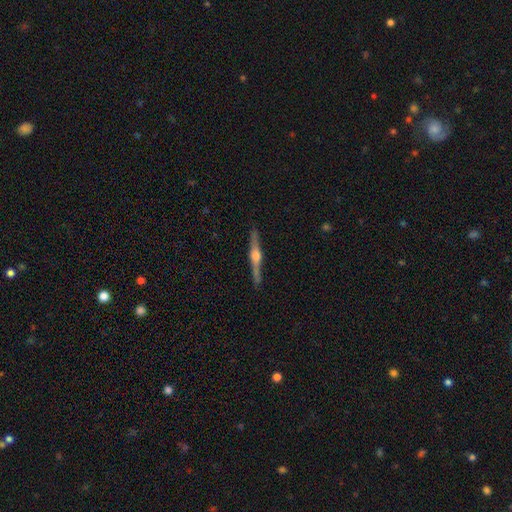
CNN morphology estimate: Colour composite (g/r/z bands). It shows a featured or disk galaxy (84%) viewed edge-on (98%) with a rounded central bulge (89%). Merging: none (91%).